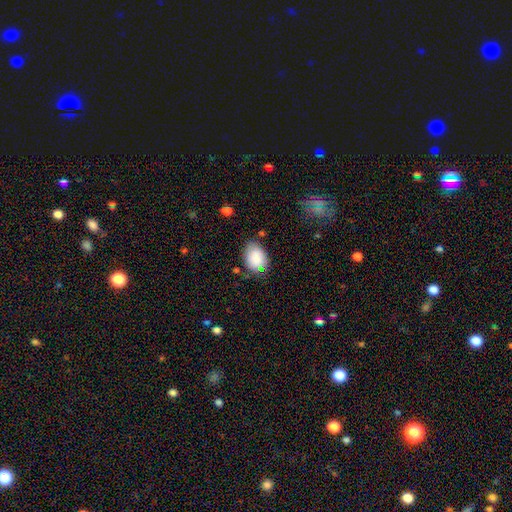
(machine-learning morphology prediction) type=smooth (85%); roundness=in between (79%); merging=none (71%).